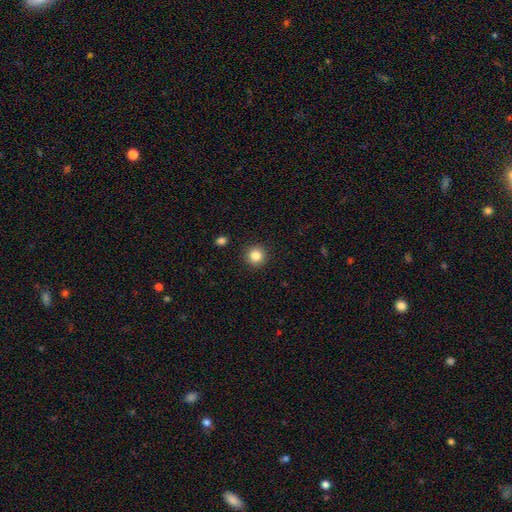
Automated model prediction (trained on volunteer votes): Smooth or featured?
  - smooth: 84% *
  - star or artifact: 11%
  - featured or disk: 5%
How rounded?
  - round: 94% *
  - in between: 5%
  - cigar-shaped: 1%
Merging?
  - none: 92% *
  - minor disturbance: 5%
  - major disturbance: 2%
  - merger: 1%